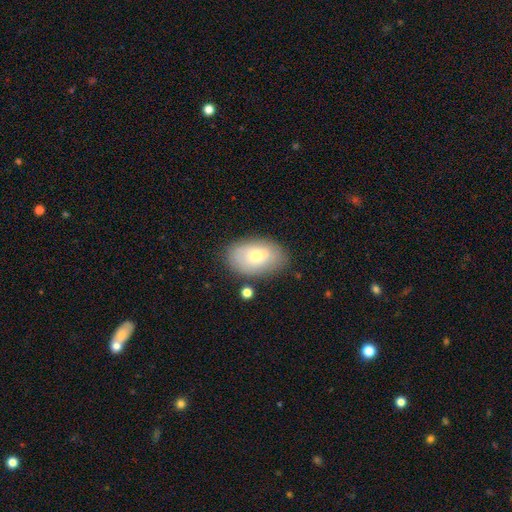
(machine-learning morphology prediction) This is likely a smooth galaxy (63%). How rounded: clearly in between (90%). Merging: likely none (71%).